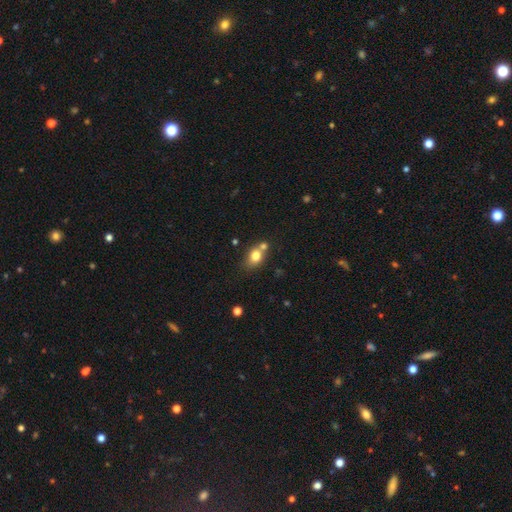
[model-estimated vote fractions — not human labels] Overall: smooth (77%). How rounded: in between (57%; round 41%). Merging: none (48%; merger 34%).